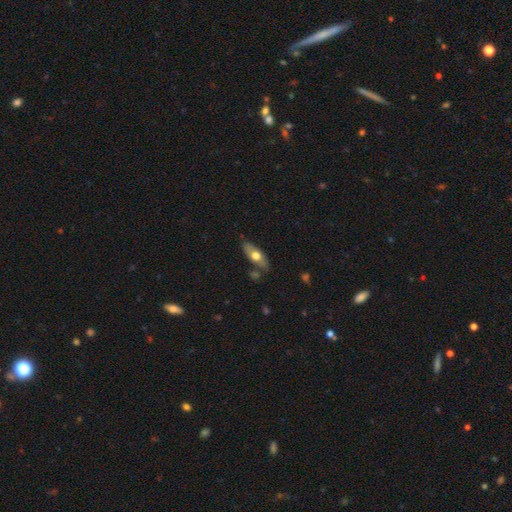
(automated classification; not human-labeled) A smooth galaxy with no disk features (58%) that is in between round and cigar-shaped (68%). Merging: none (75%).